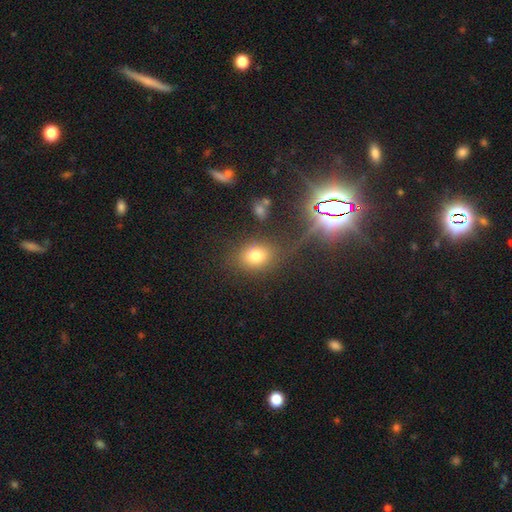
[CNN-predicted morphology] Smooth or featured? Predicted: smooth (p=0.75). How rounded? Predicted: in between (p=0.60). Merging? Predicted: none (p=0.74).